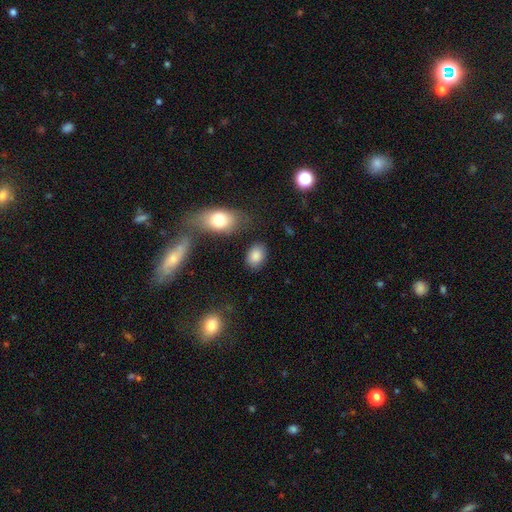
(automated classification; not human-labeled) Smooth or featured?
  - smooth: 85% *
  - star or artifact: 8%
  - featured or disk: 7%
How rounded?
  - in between: 78% *
  - round: 21%
  - cigar-shaped: 1%
Merging?
  - none: 80% *
  - minor disturbance: 12%
  - merger: 4%
  - major disturbance: 4%